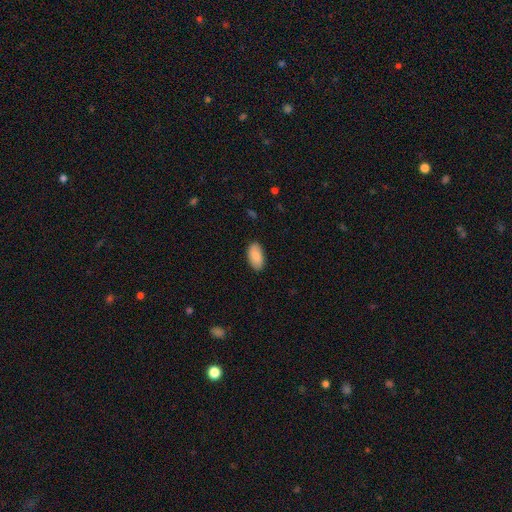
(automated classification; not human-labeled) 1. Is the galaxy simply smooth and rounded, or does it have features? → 87% smooth, 7% featured or disk, 6% star or artifact.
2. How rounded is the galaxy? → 95% in between, 3% cigar-shaped, 2% round.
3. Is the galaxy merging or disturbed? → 87% none, 10% minor disturbance, 2% major disturbance, 1% merger.